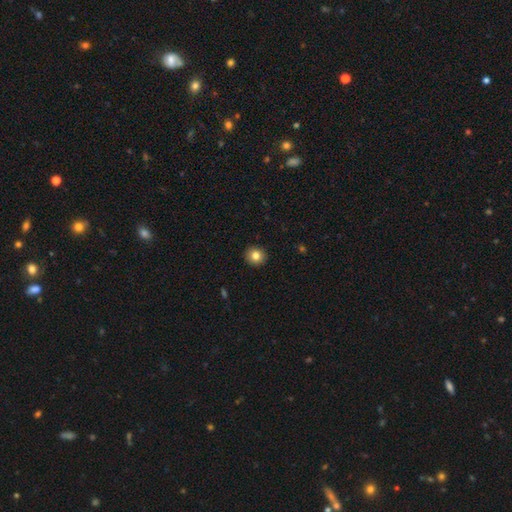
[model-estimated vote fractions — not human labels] Smooth or featured? Predicted: smooth (p=0.83). How rounded? Predicted: round (p=0.89). Merging? Predicted: none (p=0.92).